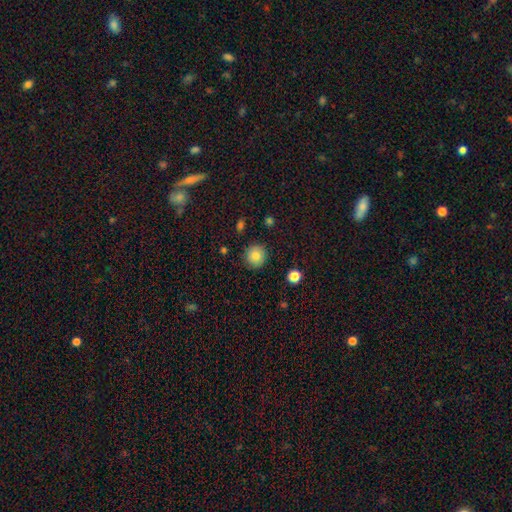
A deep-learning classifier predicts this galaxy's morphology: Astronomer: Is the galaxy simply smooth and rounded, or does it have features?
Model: smooth — 82%.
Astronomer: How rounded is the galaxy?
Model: round — 92%.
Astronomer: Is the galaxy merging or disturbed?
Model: none — 89%.